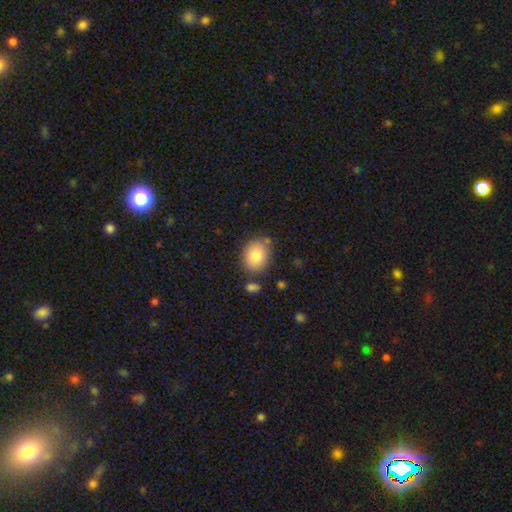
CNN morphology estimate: This is clearly a smooth galaxy (82%). How rounded: possibly round (50%). Merging: likely none (78%).